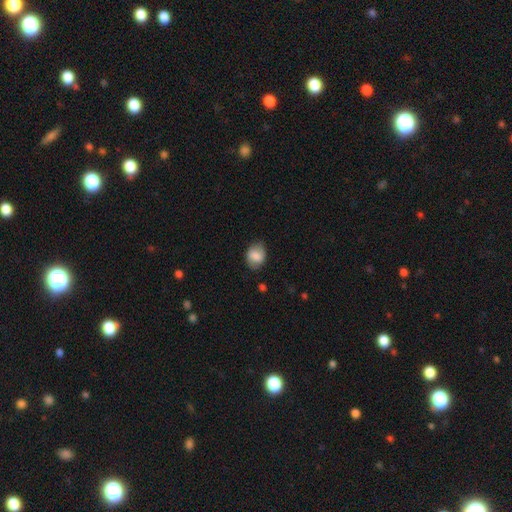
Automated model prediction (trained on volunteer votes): The model was most divided on "how rounded": in between: 63%, round: 36%, cigar-shaped: 1%. More confident: merging — none (74%); smooth or featured — smooth (67%).